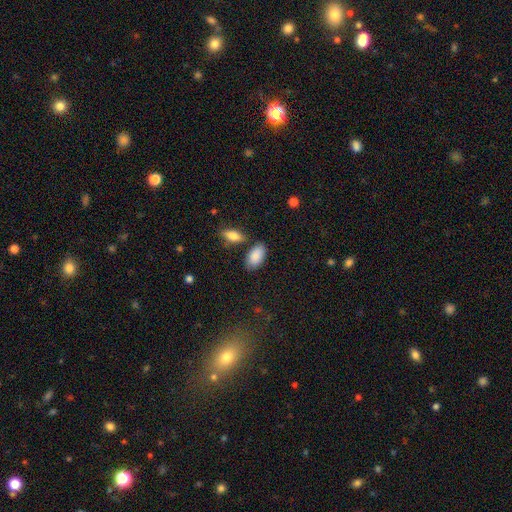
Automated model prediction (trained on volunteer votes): Q: Smooth or featured?
A: smooth (88%); runner-up: star or artifact (6%)
Q: How rounded?
A: in between (94%); runner-up: round (4%)
Q: Merging?
A: none (76%); runner-up: minor disturbance (12%)